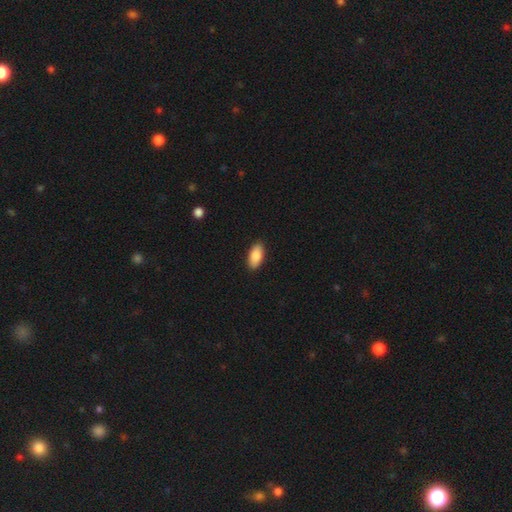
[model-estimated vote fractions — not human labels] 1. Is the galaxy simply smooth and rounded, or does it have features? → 88% smooth, 6% star or artifact, 6% featured or disk.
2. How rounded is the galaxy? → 92% in between, 6% cigar-shaped, 2% round.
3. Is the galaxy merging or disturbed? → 90% none, 7% minor disturbance, 2% major disturbance, 1% merger.